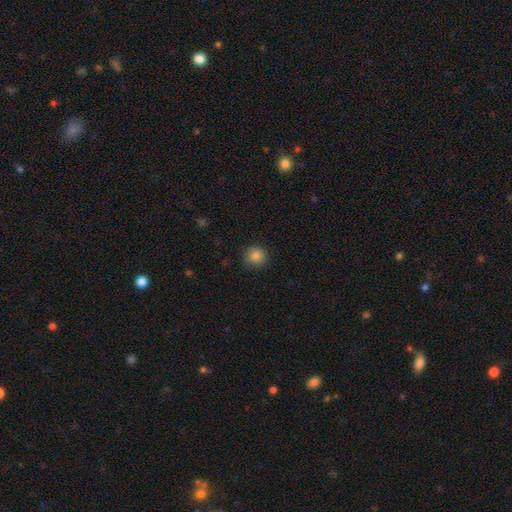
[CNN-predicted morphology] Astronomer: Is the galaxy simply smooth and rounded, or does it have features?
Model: smooth — 84%.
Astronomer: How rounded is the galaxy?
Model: round — 93%.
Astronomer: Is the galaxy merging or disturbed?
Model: none — 87%.